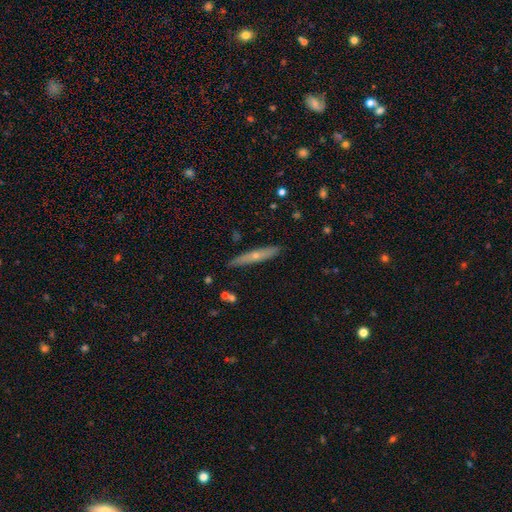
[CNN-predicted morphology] This appears to be a featured or disk galaxy (49%). Merging: none (87%).